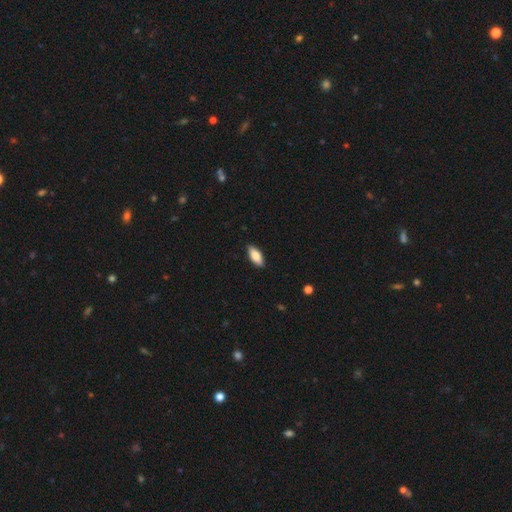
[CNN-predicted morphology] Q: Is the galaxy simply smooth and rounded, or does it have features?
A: smooth — 78%.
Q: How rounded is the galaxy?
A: in between — 80%.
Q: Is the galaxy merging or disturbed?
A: none — 89%.